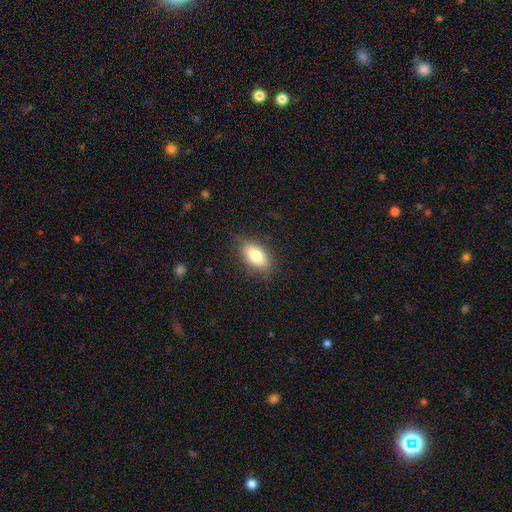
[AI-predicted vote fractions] Morphology: type=smooth (81%); roundness=in between (89%); merging=none (80%).